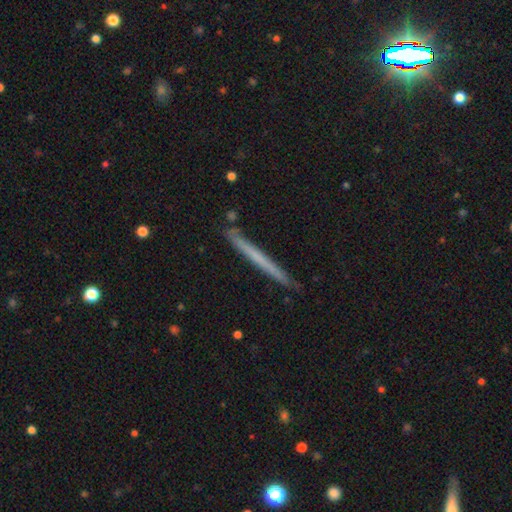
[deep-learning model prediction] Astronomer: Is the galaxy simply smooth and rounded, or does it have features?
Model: smooth — 54% (runner-up: featured or disk, 41%).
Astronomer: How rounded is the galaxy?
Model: cigar-shaped — 97%.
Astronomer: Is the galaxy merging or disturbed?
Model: none — 87%.